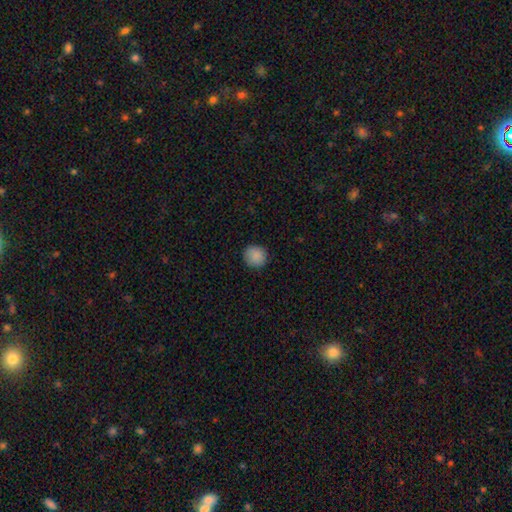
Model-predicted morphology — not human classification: This appears to be a smooth galaxy with no disk features (88%) that is round (91%). Merging: none (88%).